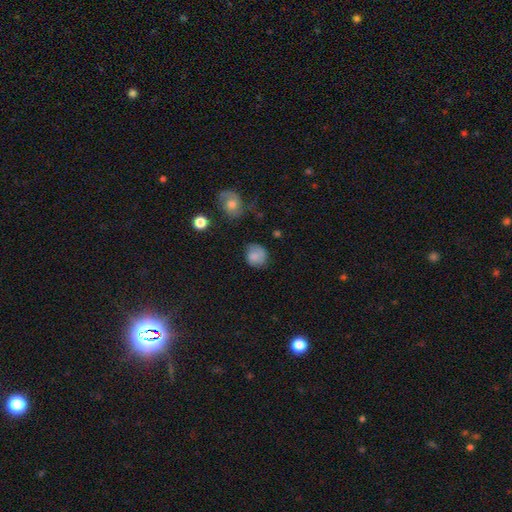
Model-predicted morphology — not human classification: Smooth or featured? Predicted: smooth (p=0.80). How rounded? Predicted: round (p=0.77). Merging? Predicted: none (p=0.70).